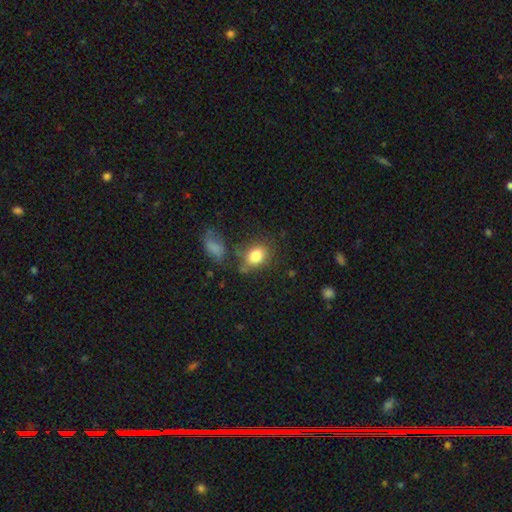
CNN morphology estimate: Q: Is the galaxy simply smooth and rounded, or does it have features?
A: smooth — 82%.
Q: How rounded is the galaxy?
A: in between — 66%.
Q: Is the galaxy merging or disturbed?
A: none — 61%.